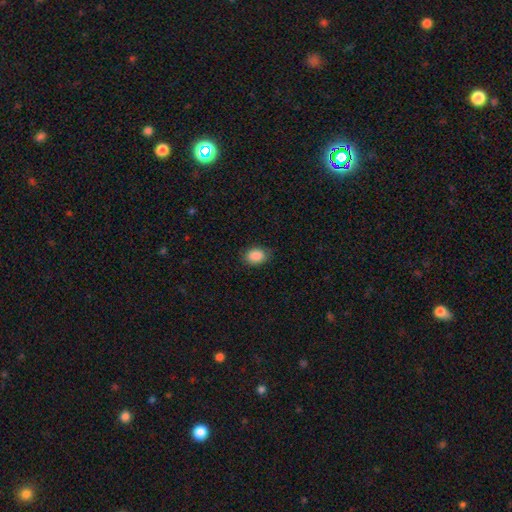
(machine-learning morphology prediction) Q: Smooth or featured?
A: smooth (87%); runner-up: star or artifact (8%)
Q: How rounded?
A: in between (72%); runner-up: round (27%)
Q: Merging?
A: none (83%); runner-up: minor disturbance (13%)